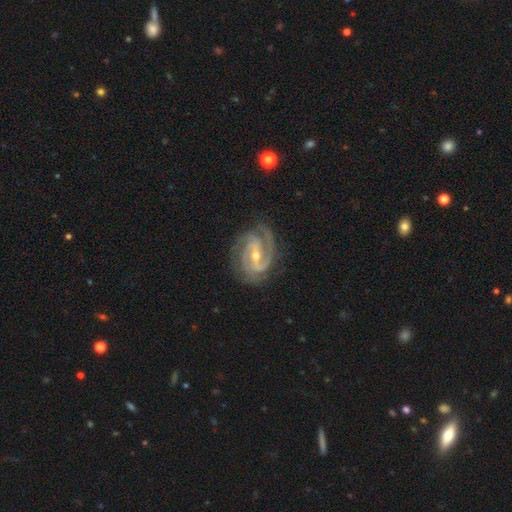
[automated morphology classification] Smooth or featured?
  - featured or disk: 92% *
  - star or artifact: 5%
  - smooth: 3%
Edge-on disk?
  - no: 97% *
  - yes: 3%
Bar?
  - weak: 41% *
  - strong: 36%
  - no: 23%
Spiral arms?
  - yes: 98% *
  - no: 2%
Spiral winding?
  - tight: 54% *
  - medium: 40%
  - loose: 6%
Spiral arm count?
  - 2: 53% *
  - 3: 29%
  - can't tell: 7%
  - 4: 5%
  - 1: 4%
  - more than 4: 3%
Bulge size?
  - small: 54% *
  - moderate: 43%
  - large: 1%
  - none: 1%
  - dominant: 1%
Merging?
  - none: 76% *
  - minor disturbance: 16%
  - major disturbance: 6%
  - merger: 1%